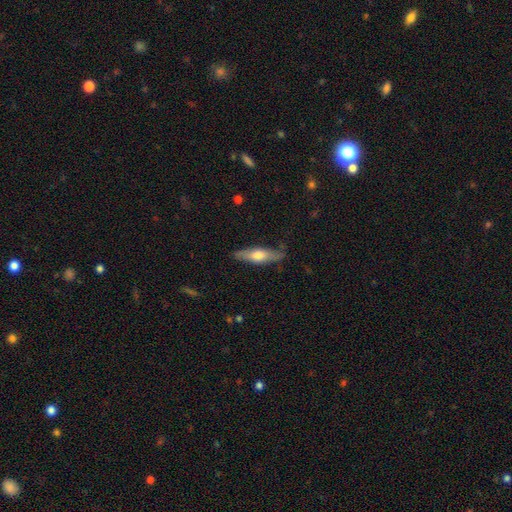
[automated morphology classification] Smooth or featured? featured or disk (49%)
Merging? none (78%)